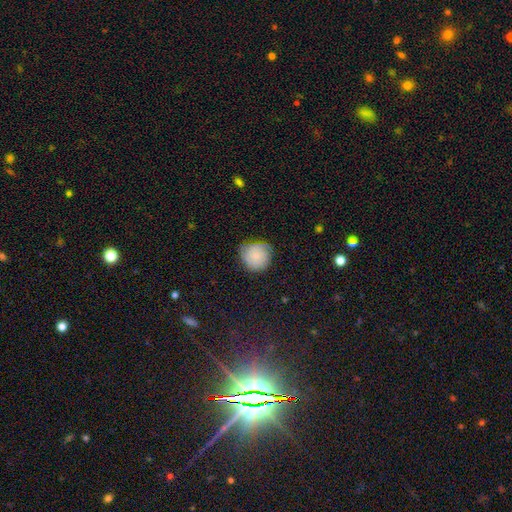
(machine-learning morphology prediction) type=smooth (61%); roundness=round (85%); merging=none (64%).